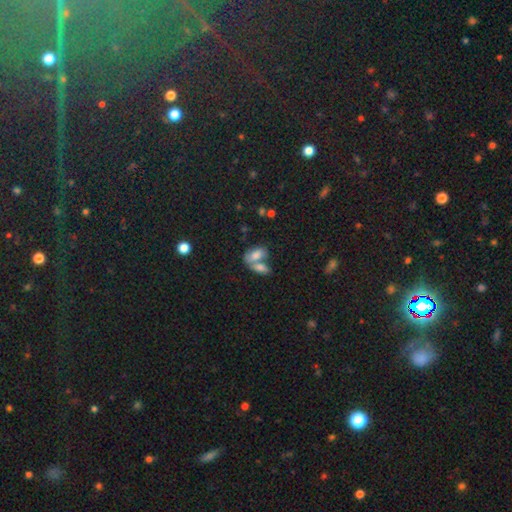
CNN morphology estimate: Smooth or featured: smooth — 73% (featured or disk — 17%)
How rounded: in between — 89% (round — 7%)
Merging: merger — 63% (none — 23%)